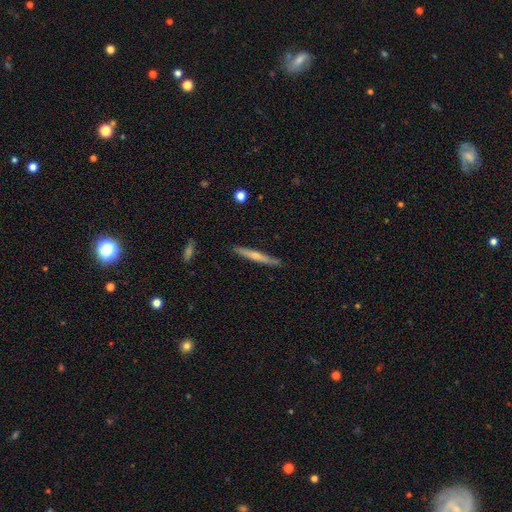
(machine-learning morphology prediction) Overall: featured or disk (48%; smooth 46%). Merging: none (88%).